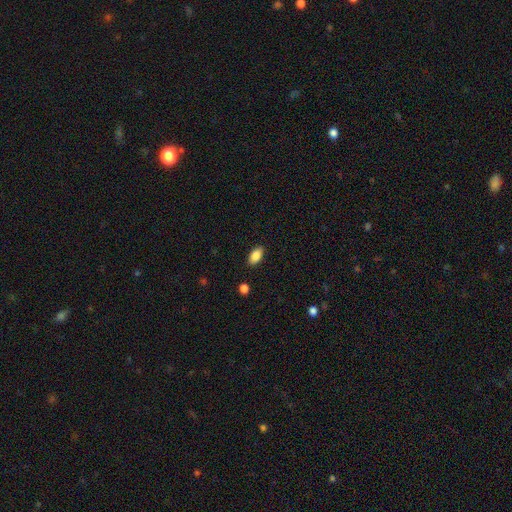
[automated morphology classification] A smooth galaxy with no disk features (86%) that is in between round and cigar-shaped (92%). Merging: none (88%).